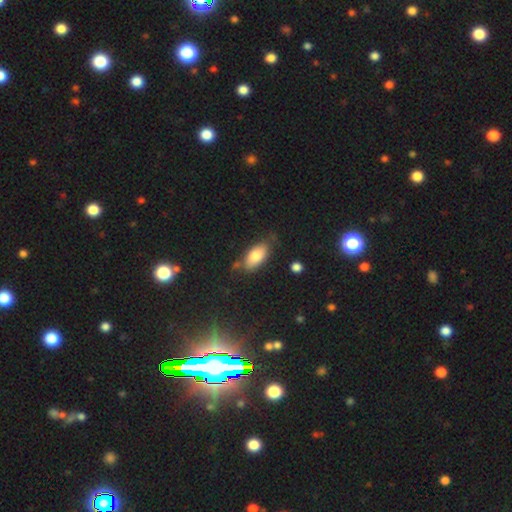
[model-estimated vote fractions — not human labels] Overall: smooth (78%). How rounded: in between (89%). Merging: none (69%).